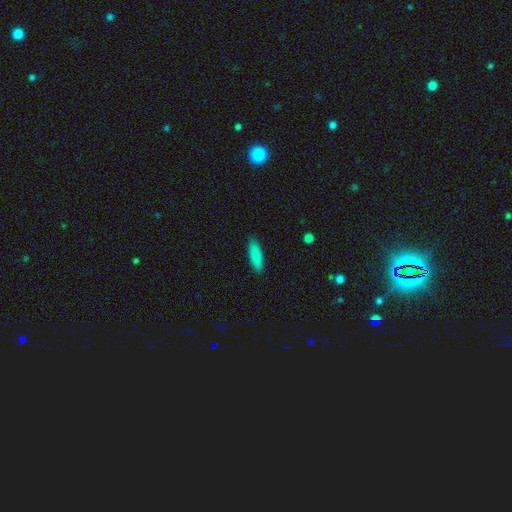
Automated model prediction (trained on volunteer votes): Smooth or featured: smooth — 87% (star or artifact — 7%)
How rounded: cigar-shaped — 56% (in between — 42%)
Merging: none — 89% (minor disturbance — 8%)